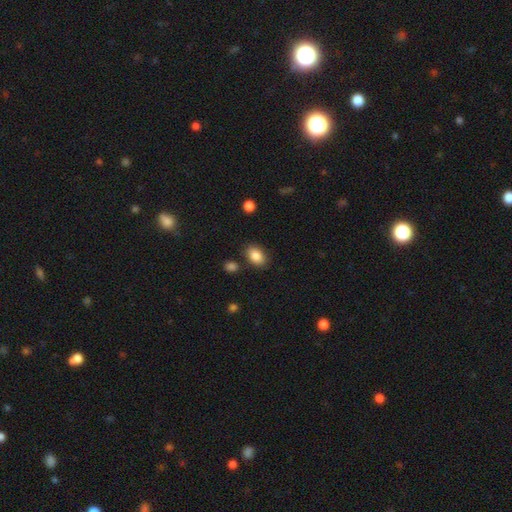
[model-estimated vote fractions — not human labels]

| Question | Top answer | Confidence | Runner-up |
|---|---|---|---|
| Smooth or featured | smooth | 85% | star or artifact (8%) |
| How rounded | in between | 84% | round (15%) |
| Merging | none | 83% | minor disturbance (11%) |